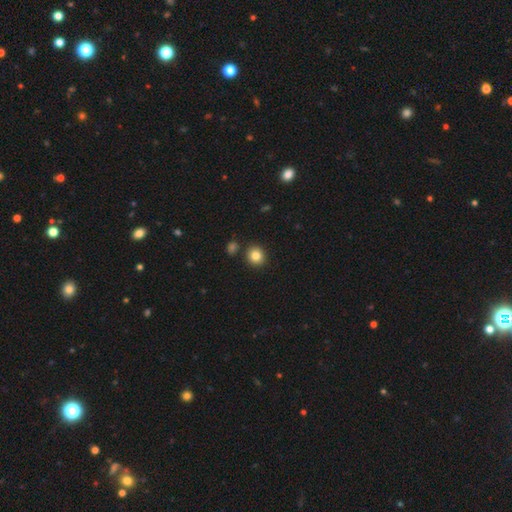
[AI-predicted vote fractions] smooth-or-featured: smooth: 83% | star or artifact: 11% | featured or disk: 6%
  how-rounded: round: 84% | in between: 15% | cigar-shaped: 1%
  merging: none: 87% | minor disturbance: 7% | merger: 4% | major disturbance: 2%